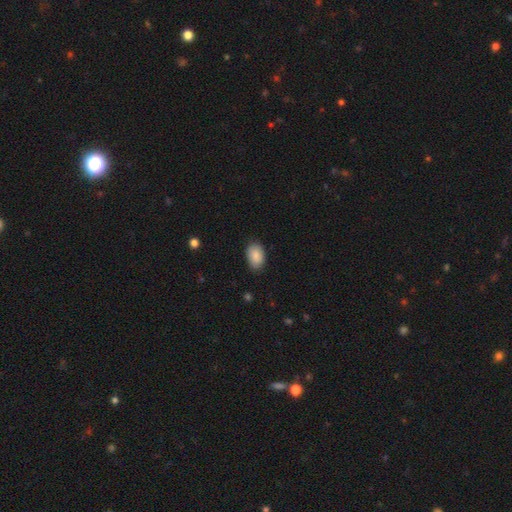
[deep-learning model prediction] This appears to be a smooth galaxy with no disk features (88%) that is in between round and cigar-shaped (89%). Merging: none (82%).